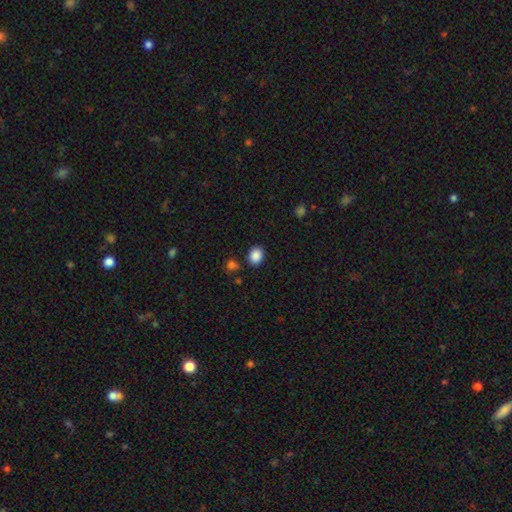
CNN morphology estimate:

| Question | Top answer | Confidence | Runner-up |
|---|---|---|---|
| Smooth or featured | smooth | 88% | star or artifact (9%) |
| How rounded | round | 53% | in between (46%) |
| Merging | none | 84% | minor disturbance (9%) |